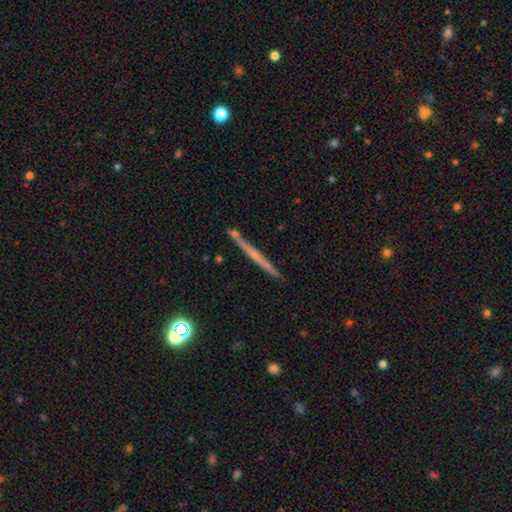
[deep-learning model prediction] smooth-or-featured: featured or disk: 57% | smooth: 36% | star or artifact: 8%
  disk-edge-on: yes: 97% | no: 3%
    edge-on-bulge: none: 82% | rounded: 13% | boxy: 6%
  merging: none: 87% | minor disturbance: 8% | merger: 4% | major disturbance: 2%